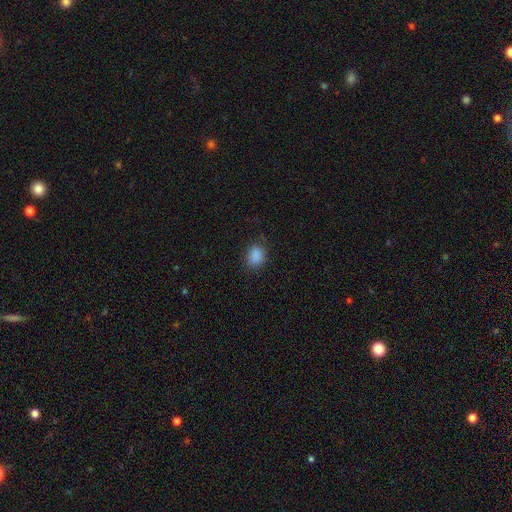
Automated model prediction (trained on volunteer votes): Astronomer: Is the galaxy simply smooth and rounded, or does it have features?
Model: smooth — 87%.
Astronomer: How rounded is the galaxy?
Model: in between — 58% (runner-up: round, 41%).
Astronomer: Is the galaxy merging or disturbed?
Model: none — 82%.